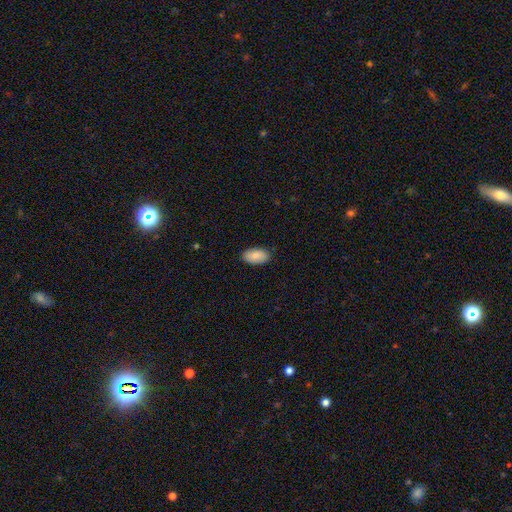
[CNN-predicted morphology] This is clearly a smooth galaxy (88%). How rounded: clearly in between (95%). Merging: clearly none (88%).